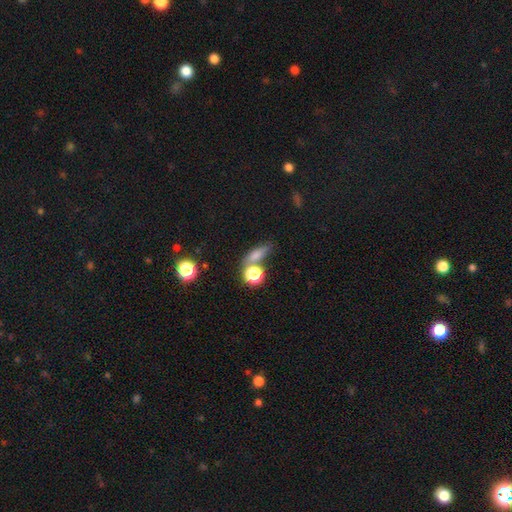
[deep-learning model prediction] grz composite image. It shows a smooth galaxy with no disk features (67%) that is cigar-shaped (37%). Merging: none (60%).